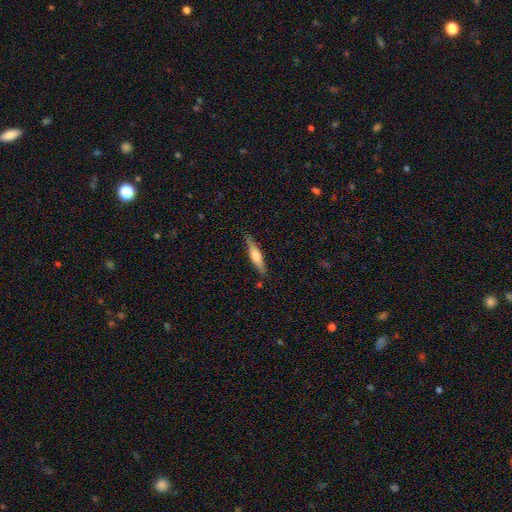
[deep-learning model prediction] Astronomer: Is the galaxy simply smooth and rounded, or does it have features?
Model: smooth — 53% (runner-up: featured or disk, 41%).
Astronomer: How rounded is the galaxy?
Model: cigar-shaped — 80%.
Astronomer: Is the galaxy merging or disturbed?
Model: none — 83%.